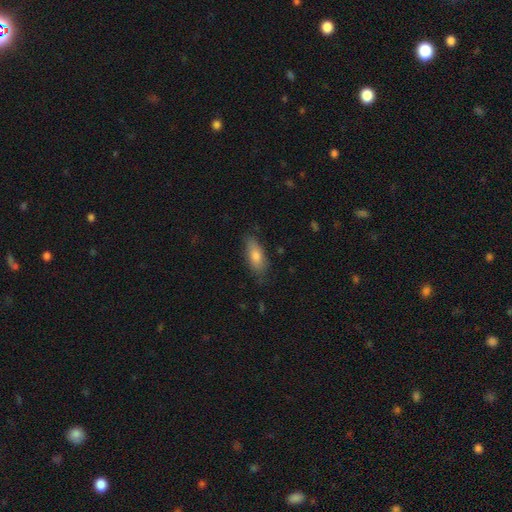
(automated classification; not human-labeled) Smooth or featured?
  - smooth: 76% *
  - featured or disk: 17%
  - star or artifact: 7%
How rounded?
  - in between: 70% *
  - cigar-shaped: 28%
  - round: 2%
Merging?
  - none: 77% *
  - minor disturbance: 18%
  - major disturbance: 4%
  - merger: 1%